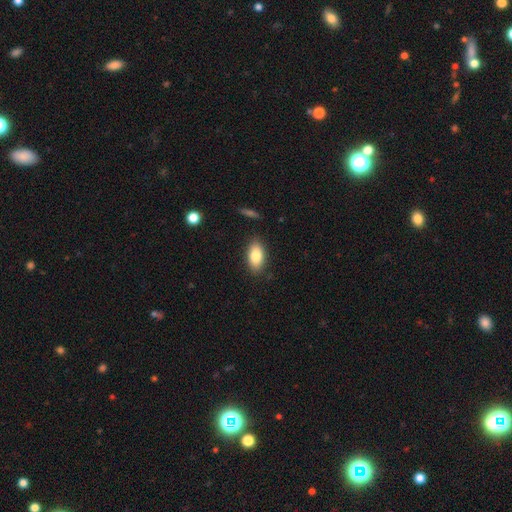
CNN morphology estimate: Q: Smooth or featured?
A: smooth (83%); runner-up: featured or disk (10%)
Q: How rounded?
A: in between (91%); runner-up: cigar-shaped (5%)
Q: Merging?
A: none (86%); runner-up: minor disturbance (10%)